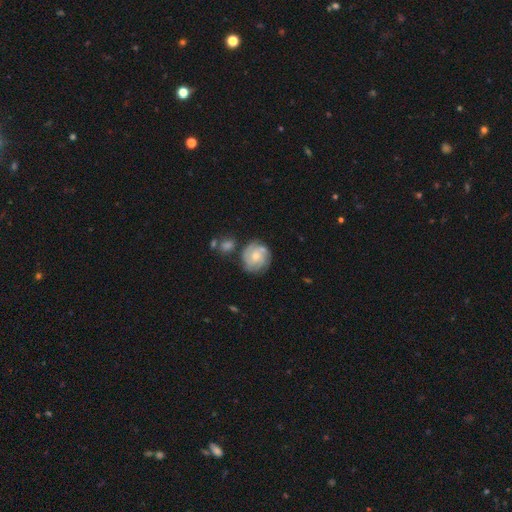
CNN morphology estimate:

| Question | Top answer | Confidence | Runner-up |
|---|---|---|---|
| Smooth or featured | featured or disk | 71% | smooth (23%) |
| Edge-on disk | no | 98% | yes (2%) |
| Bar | no | 74% | weak (23%) |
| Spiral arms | yes | 92% | no (8%) |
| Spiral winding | tight | 63% | medium (29%) |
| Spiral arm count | can't tell | 30% | 3 (28%) |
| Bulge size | moderate | 49% | small (46%) |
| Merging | none | 71% | minor disturbance (17%) |